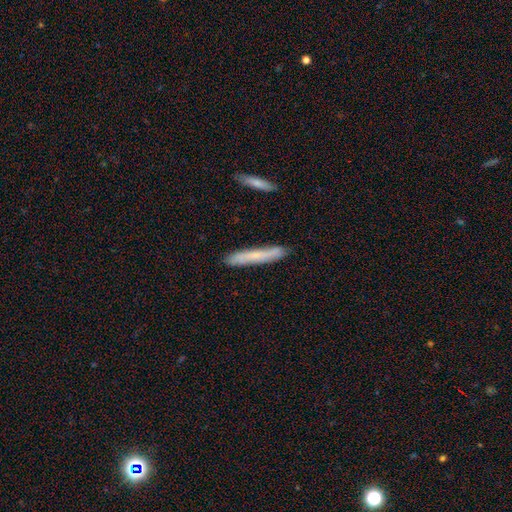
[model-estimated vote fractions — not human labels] smooth 65%, featured or disk 29%, star or artifact 6%. Down the decision tree: how rounded — cigar-shaped (95%); merging — none (87%).